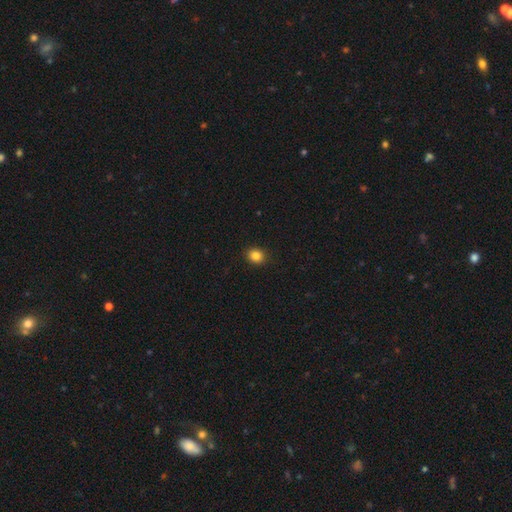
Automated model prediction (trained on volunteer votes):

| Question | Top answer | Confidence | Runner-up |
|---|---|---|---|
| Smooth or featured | smooth | 85% | star or artifact (11%) |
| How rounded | round | 74% | in between (25%) |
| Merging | none | 91% | minor disturbance (6%) |